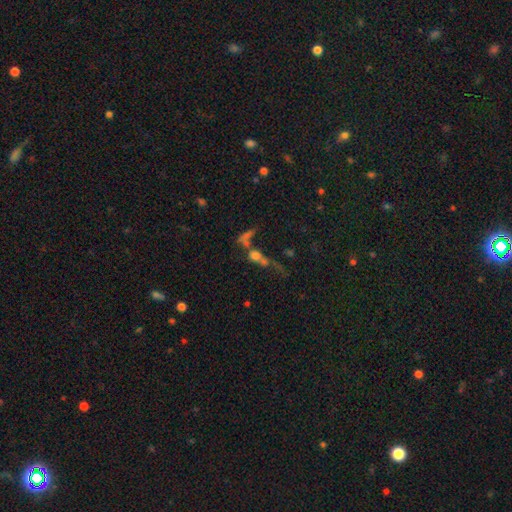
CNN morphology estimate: Smooth or featured?
  - smooth: 41% *
  - featured or disk: 31%
  - star or artifact: 28%
Merging?
  - merger: 51% *
  - none: 24%
  - major disturbance: 16%
  - minor disturbance: 8%